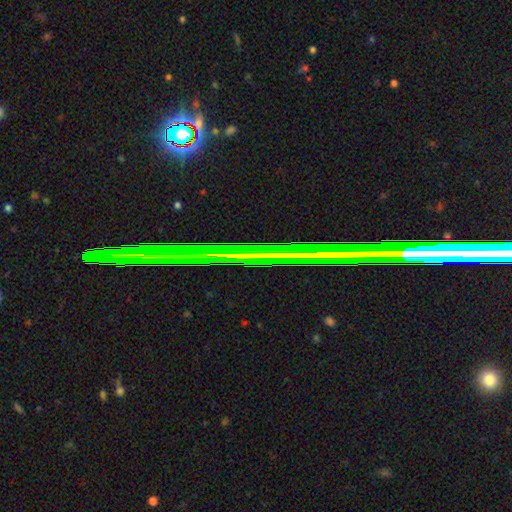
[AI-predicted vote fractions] A star or artifact, not a galaxy (68%).